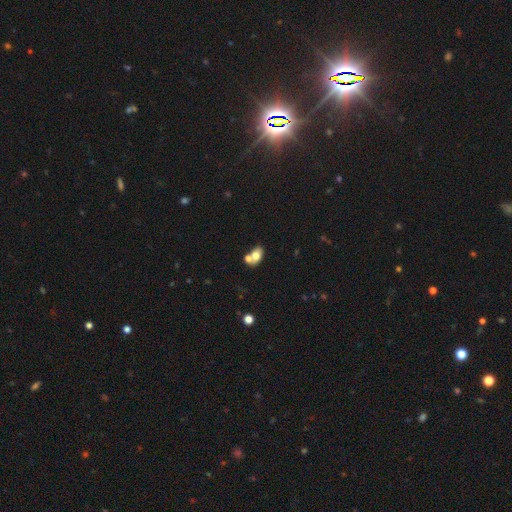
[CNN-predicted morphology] Smooth or featured? smooth (72%)
How rounded? in between (80%)
Merging? merger (49%)